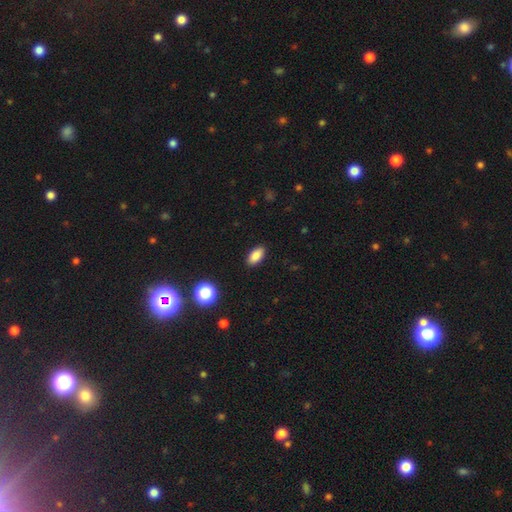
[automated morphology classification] Q: Smooth or featured?
A: smooth (86%); runner-up: star or artifact (9%)
Q: How rounded?
A: in between (91%); runner-up: cigar-shaped (5%)
Q: Merging?
A: none (89%); runner-up: minor disturbance (8%)